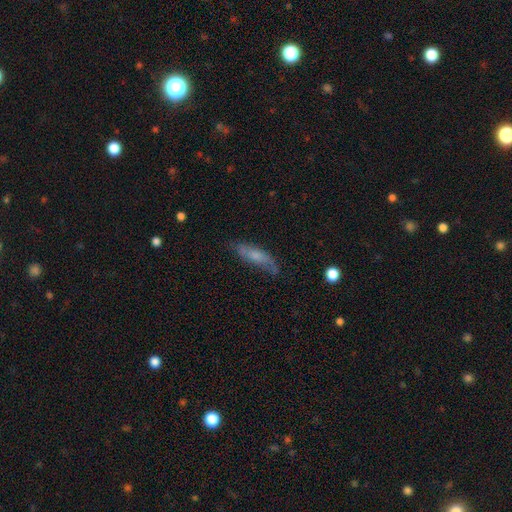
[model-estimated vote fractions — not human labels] smooth 56%, featured or disk 36%, star or artifact 8%. Down the decision tree: how rounded — cigar-shaped (59%); merging — none (67%).